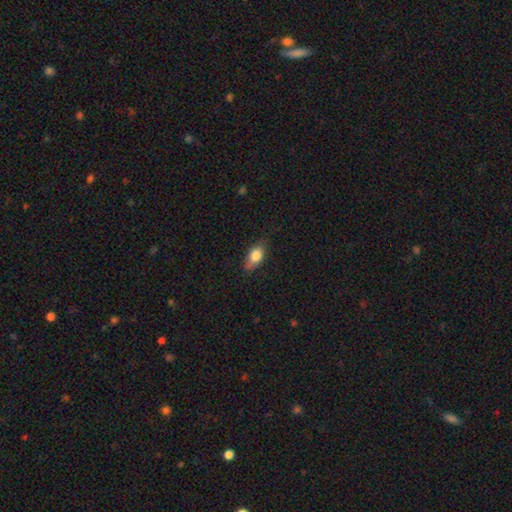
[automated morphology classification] A smooth galaxy with no disk features (78%) that is in between round and cigar-shaped (84%).

Vote fractions:
- Smooth or featured? smooth: 78% / featured or disk: 14% / star or artifact: 7%
- How rounded? in between: 84% / cigar-shaped: 9% / round: 7%
- Merging? none: 76% / minor disturbance: 19% / major disturbance: 4% / merger: 1%